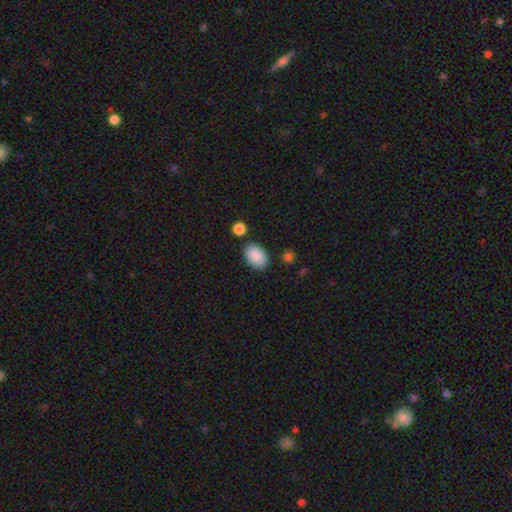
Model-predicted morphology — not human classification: A smooth galaxy with no disk features (89%) that is in between round and cigar-shaped (88%). Merging: none (82%).